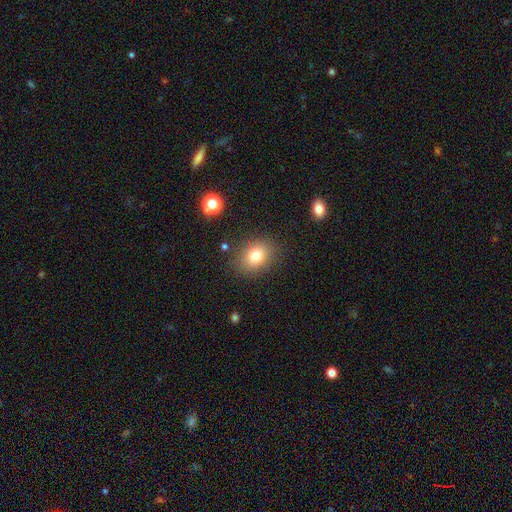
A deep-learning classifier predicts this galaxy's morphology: This appears to be a smooth galaxy with no disk features (78%) that is in between round and cigar-shaped (53%). Merging: none (84%).